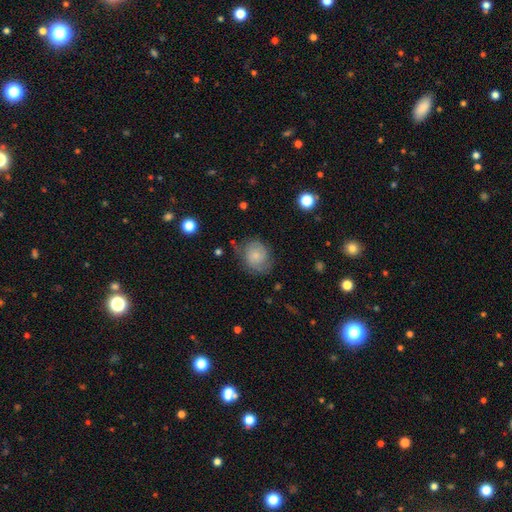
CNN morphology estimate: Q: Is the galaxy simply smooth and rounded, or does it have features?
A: smooth — 65%.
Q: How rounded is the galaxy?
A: round — 64%.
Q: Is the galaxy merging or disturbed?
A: none — 57%.